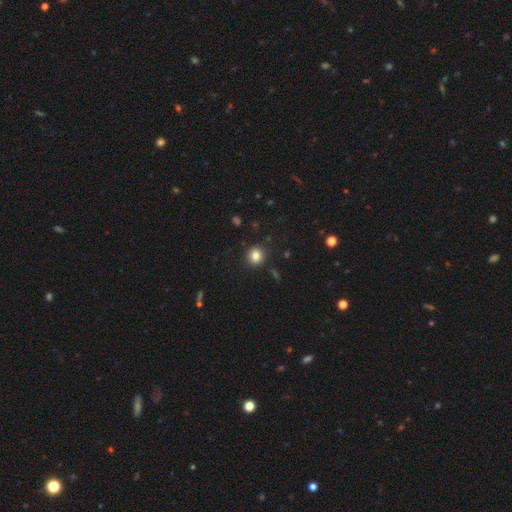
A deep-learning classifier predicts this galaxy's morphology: Smooth or featured: smooth — 83% (star or artifact — 11%)
How rounded: round — 90% (in between — 9%)
Merging: none — 91% (minor disturbance — 6%)